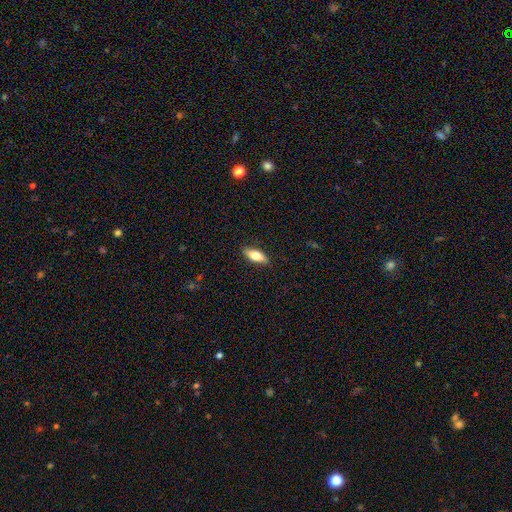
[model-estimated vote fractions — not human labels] Morphology: type=smooth (68%); roundness=in between (72%); merging=none (88%).